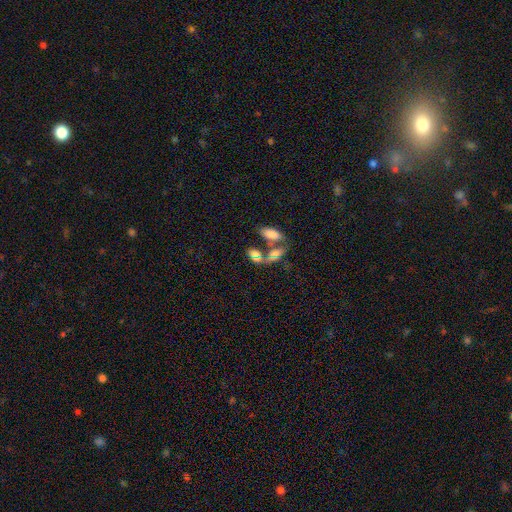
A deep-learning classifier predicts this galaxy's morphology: Overall: smooth (70%). How rounded: in between (86%). Merging: merger (49%; none 31%).